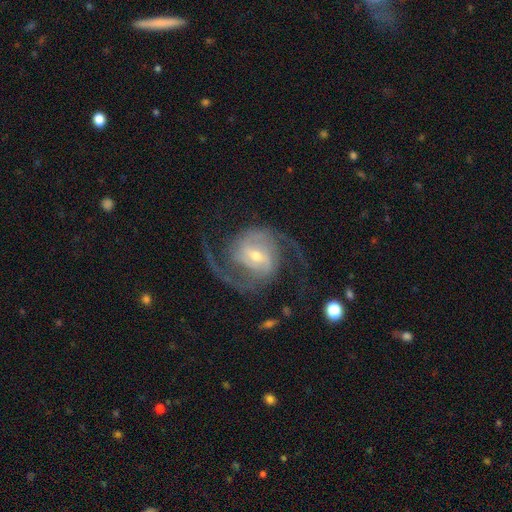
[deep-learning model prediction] Smooth or featured? featured or disk (92%)
Edge-on disk? no (98%)
Bar? weak (49%)
Spiral arms? yes (98%)
Spiral winding? medium (54%)
Spiral arm count? 2 (90%)
Bulge size? small (47%, tied with moderate)
Merging? none (75%)